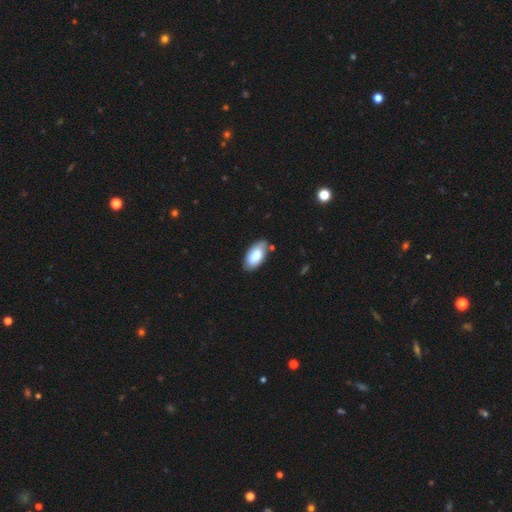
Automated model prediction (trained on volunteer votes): Morphology: type=smooth (79%); roundness=in between (95%); merging=none (78%).